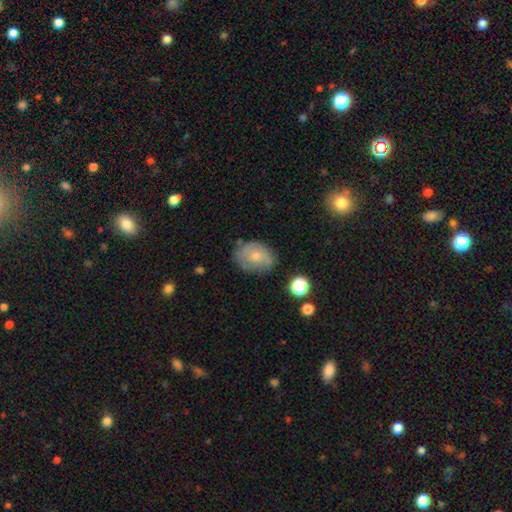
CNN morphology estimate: The model was most divided on "smooth or featured": smooth: 55%, featured or disk: 37%, star or artifact: 9%. More confident: merging — none (67%); how rounded — in between (61%).